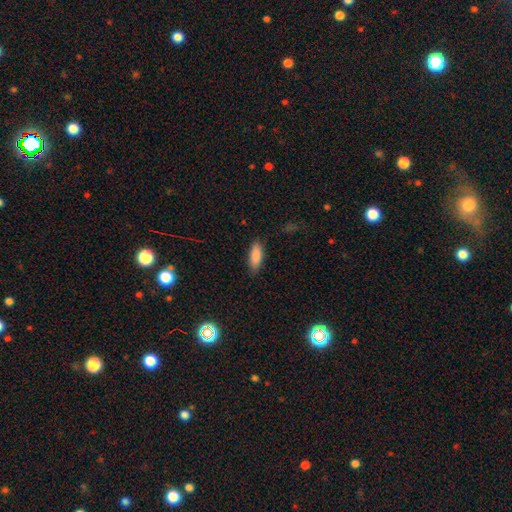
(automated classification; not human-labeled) The model was most divided on "how rounded": in between: 70%, cigar-shaped: 28%, round: 2%. More confident: smooth or featured — smooth (87%); merging — none (85%).